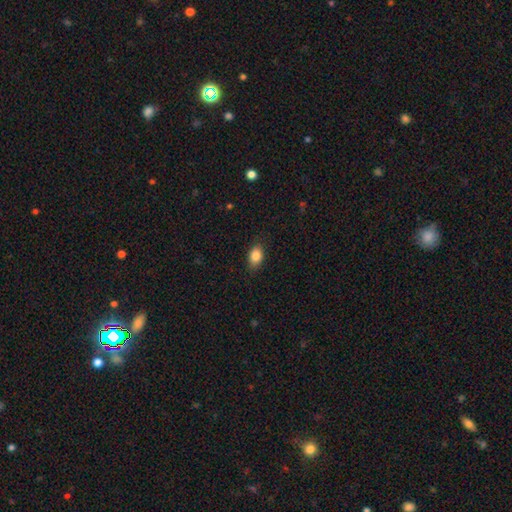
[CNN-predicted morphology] Smooth or featured? Predicted: smooth (p=0.85). How rounded? Predicted: in between (p=0.83). Merging? Predicted: none (p=0.83).